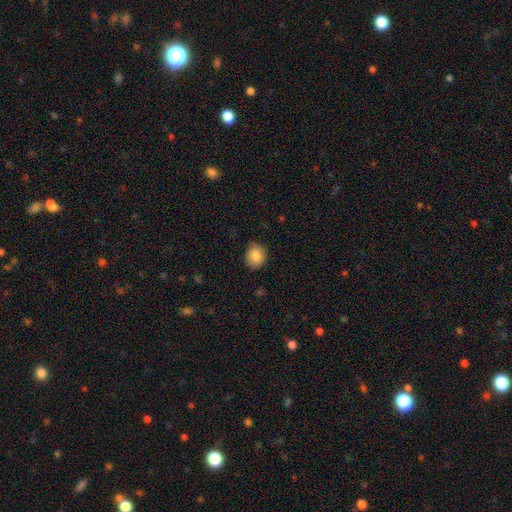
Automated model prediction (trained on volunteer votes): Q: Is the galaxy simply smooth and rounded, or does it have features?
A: smooth — 86%.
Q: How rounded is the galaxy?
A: round — 66%.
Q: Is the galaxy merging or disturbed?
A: none — 82%.